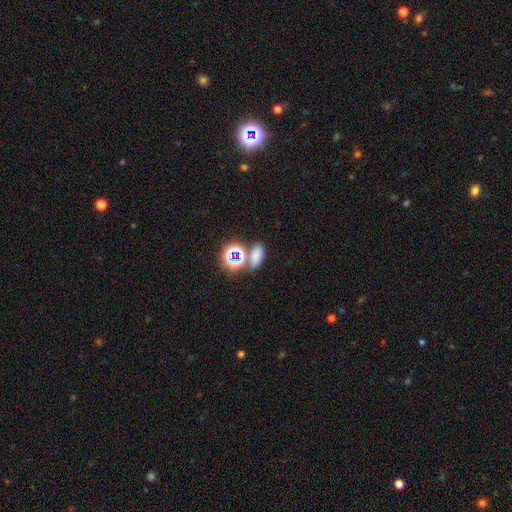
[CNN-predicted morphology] This appears to be a smooth galaxy with no disk features (66%) that is in between round and cigar-shaped (79%). Merging: none (65%).